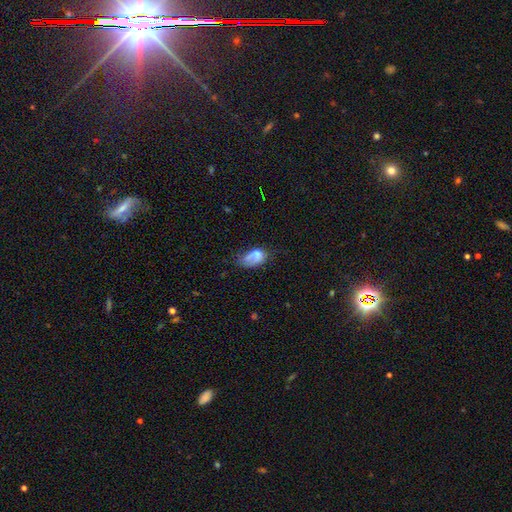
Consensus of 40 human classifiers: A smooth galaxy with no disk features (72%) that is in between round and cigar-shaped (90%).

Vote fractions:
- Smooth or featured? smooth: 72% / featured or disk: 22% / star or artifact: 5%
- How rounded? in between: 90% / round: 7% / cigar-shaped: 3%
- Merging? minor disturbance: 45% / major disturbance: 26% / none: 24% / merger: 5%